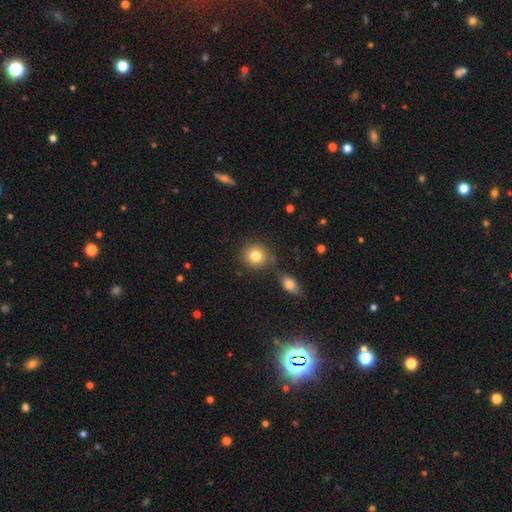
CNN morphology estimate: Overall: smooth (82%). How rounded: round (85%). Merging: none (73%).